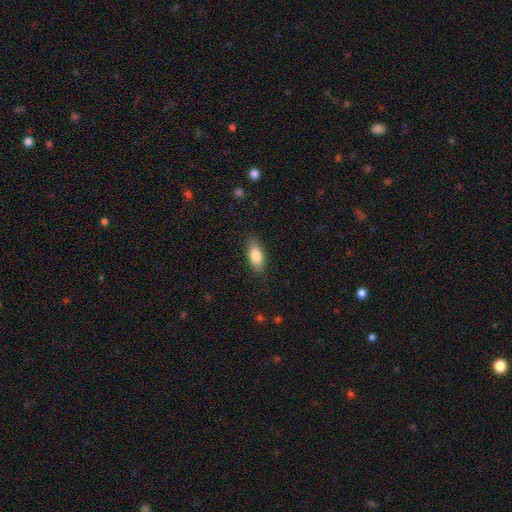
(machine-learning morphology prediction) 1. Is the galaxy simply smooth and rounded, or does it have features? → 81% smooth, 12% featured or disk, 6% star or artifact.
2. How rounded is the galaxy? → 81% in between, 16% cigar-shaped, 3% round.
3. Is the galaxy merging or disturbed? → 85% none, 11% minor disturbance, 3% major disturbance, 1% merger.